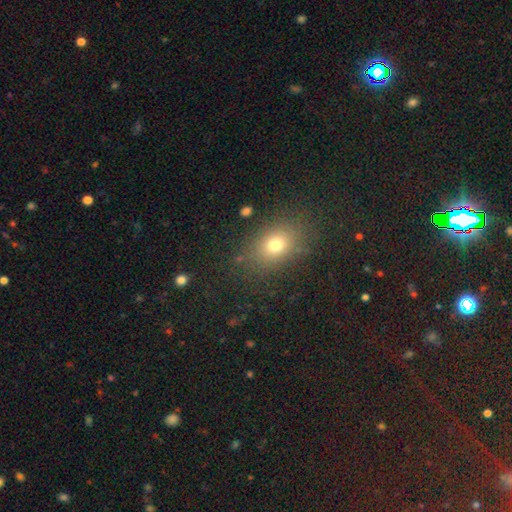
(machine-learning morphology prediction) The model was most divided on "smooth or featured": smooth: 61%, star or artifact: 31%, featured or disk: 9%. More confident: merging — none (87%); how rounded — in between (66%).